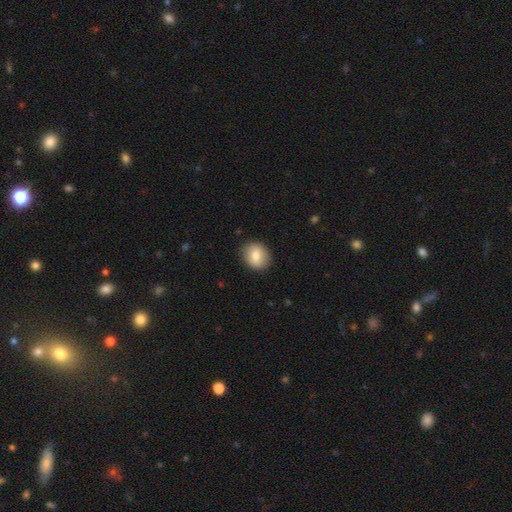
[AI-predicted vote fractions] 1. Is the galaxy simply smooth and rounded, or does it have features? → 76% smooth, 16% featured or disk, 7% star or artifact.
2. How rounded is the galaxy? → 62% round, 37% in between, 1% cigar-shaped.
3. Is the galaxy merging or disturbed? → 88% none, 9% minor disturbance, 2% major disturbance, 1% merger.